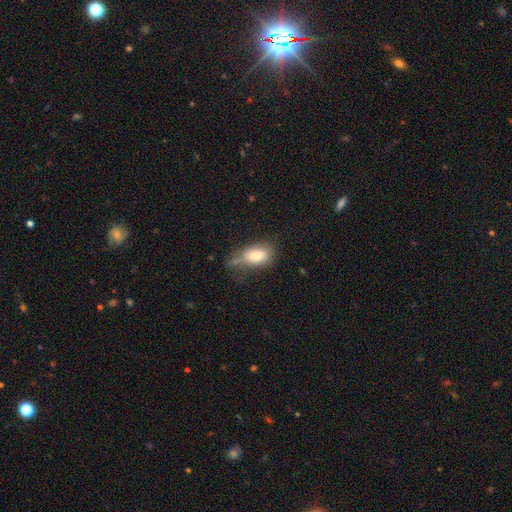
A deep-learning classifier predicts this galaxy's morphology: Smooth or featured?
  - smooth: 72% *
  - featured or disk: 20%
  - star or artifact: 9%
How rounded?
  - in between: 87% *
  - round: 9%
  - cigar-shaped: 4%
Merging?
  - minor disturbance: 33% * (tied)
  - none: 33% * (tied)
  - major disturbance: 24%
  - merger: 10%